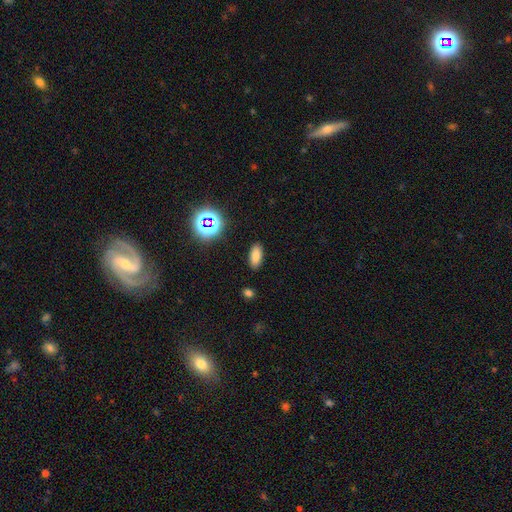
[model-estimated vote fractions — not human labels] A smooth galaxy with no disk features (80%) that is in between round and cigar-shaped (84%). Merging: none (88%).